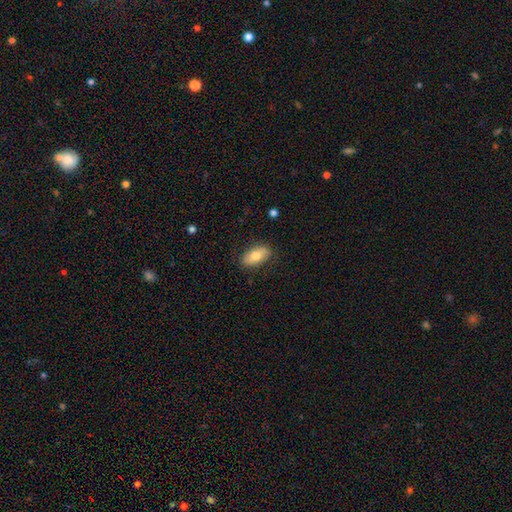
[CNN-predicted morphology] Overall: smooth (74%). How rounded: in between (92%). Merging: none (84%).